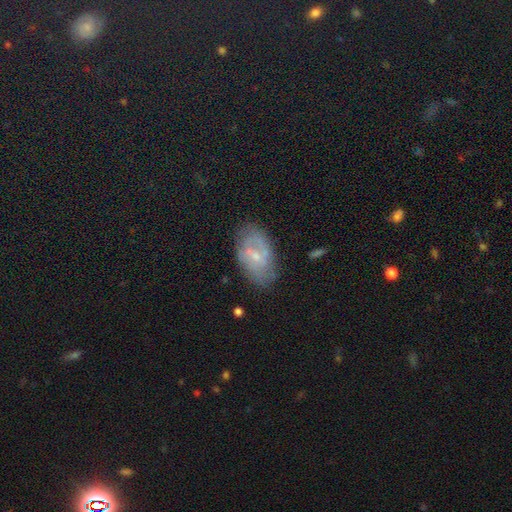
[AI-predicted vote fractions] Smooth or featured?
  - featured or disk: 65% *
  - smooth: 23%
  - star or artifact: 12%
Edge-on disk?
  - no: 95% *
  - yes: 5%
Bar?
  - weak: 55% *
  - no: 29%
  - strong: 16%
Spiral arms?
  - yes: 80% *
  - no: 20%
Bulge size?
  - small: 70% *
  - moderate: 22%
  - none: 6%
  - large: 1%
  - dominant: 1%
Merging?
  - none: 75% *
  - minor disturbance: 18%
  - major disturbance: 6%
  - merger: 2%